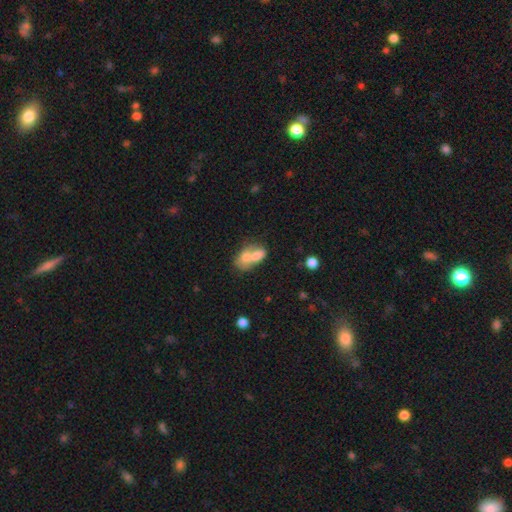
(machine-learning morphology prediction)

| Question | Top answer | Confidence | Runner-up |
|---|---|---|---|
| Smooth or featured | smooth | 67% | featured or disk (24%) |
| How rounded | in between | 76% | round (21%) |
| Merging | merger | 74% | none (14%) |